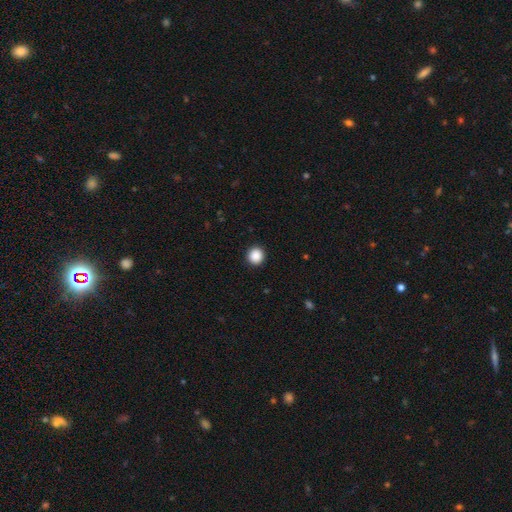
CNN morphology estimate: A smooth galaxy with no disk features (89%) that is round (94%).

Vote fractions:
- Smooth or featured? smooth: 89% / star or artifact: 9% / featured or disk: 2%
- How rounded? round: 94% / in between: 5% / cigar-shaped: 1%
- Merging? none: 93% / minor disturbance: 5% / major disturbance: 2% / merger: 1%